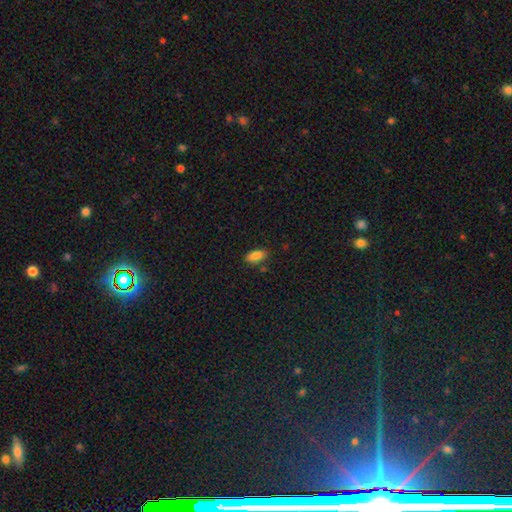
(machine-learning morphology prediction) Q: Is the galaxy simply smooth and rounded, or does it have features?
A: smooth — 85%.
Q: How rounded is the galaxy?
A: in between — 87%.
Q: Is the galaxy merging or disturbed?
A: none — 81%.